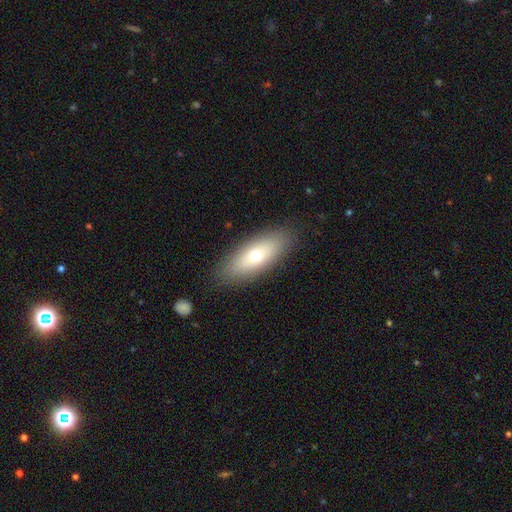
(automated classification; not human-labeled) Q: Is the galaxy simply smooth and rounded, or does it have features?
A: smooth — 65%.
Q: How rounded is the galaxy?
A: in between — 70%.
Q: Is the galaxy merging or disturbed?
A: none — 88%.